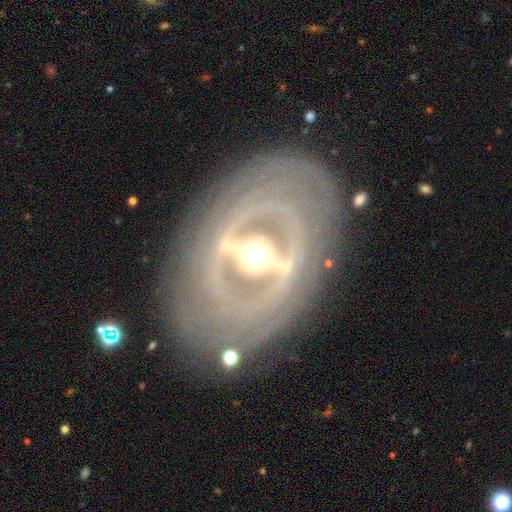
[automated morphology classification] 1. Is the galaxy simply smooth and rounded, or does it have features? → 89% featured or disk, 6% smooth, 5% star or artifact.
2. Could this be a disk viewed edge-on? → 86% no, 14% yes.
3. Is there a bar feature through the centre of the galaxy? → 77% strong, 15% weak, 8% no.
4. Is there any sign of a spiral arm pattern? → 71% yes, 29% no.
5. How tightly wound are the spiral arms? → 71% tight, 20% medium, 9% loose.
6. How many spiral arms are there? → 37% 2, 36% can't tell, 8% 3, 7% more than 4, 6% 4, 5% 1.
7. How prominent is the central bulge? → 71% moderate, 14% small, 13% large, 2% dominant, 1% none.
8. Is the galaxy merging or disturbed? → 77% none, 13% minor disturbance, 7% major disturbance, 2% merger.